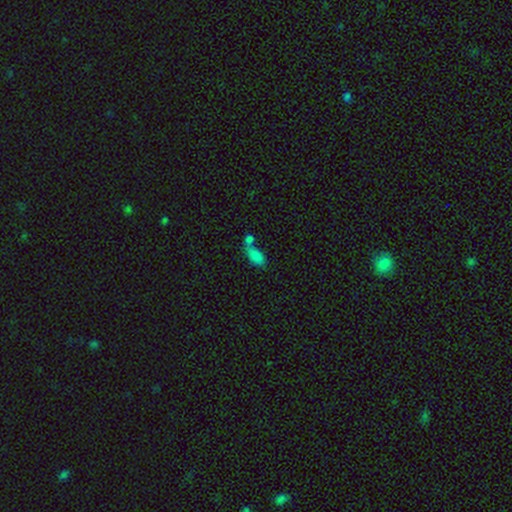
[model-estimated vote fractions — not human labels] Smooth or featured: smooth — 81% (star or artifact — 12%)
How rounded: in between — 87% (cigar-shaped — 8%)
Merging: merger — 55% (none — 27%)